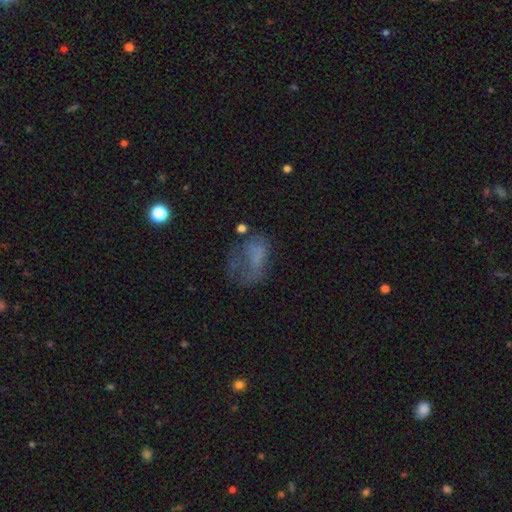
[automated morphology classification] Smooth or featured: smooth — 50% (featured or disk — 32%)
Merging: major disturbance — 41% (none — 33%)